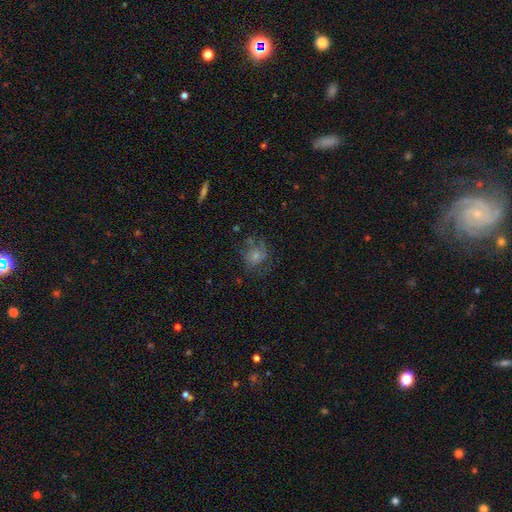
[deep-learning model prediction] Morphology: type=smooth (58%); roundness=round (64%); merging=none (45%).